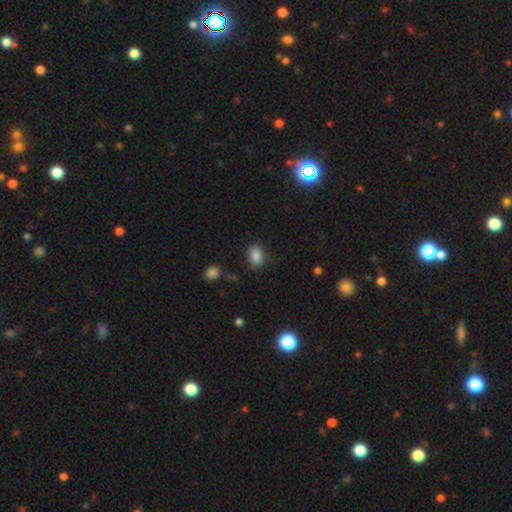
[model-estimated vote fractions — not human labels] A smooth galaxy with no disk features (85%) that is in between round and cigar-shaped (72%).

Vote fractions:
- Smooth or featured? smooth: 85% / star or artifact: 10% / featured or disk: 5%
- How rounded? in between: 72% / round: 27% / cigar-shaped: 1%
- Merging? none: 77% / minor disturbance: 16% / major disturbance: 4% / merger: 2%